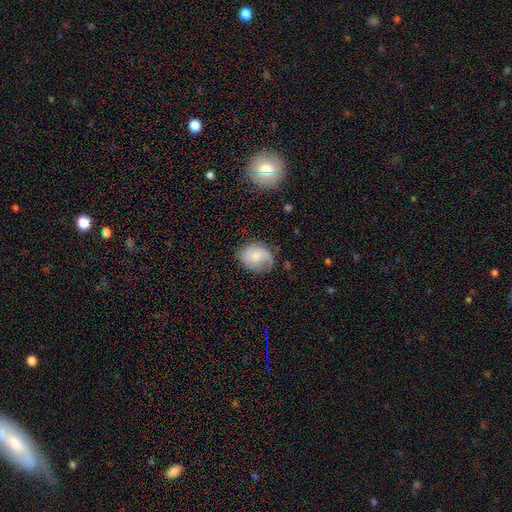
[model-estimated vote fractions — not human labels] This is possibly a smooth galaxy (54%). How rounded: possibly in between (51%). Merging: possibly none (57%).